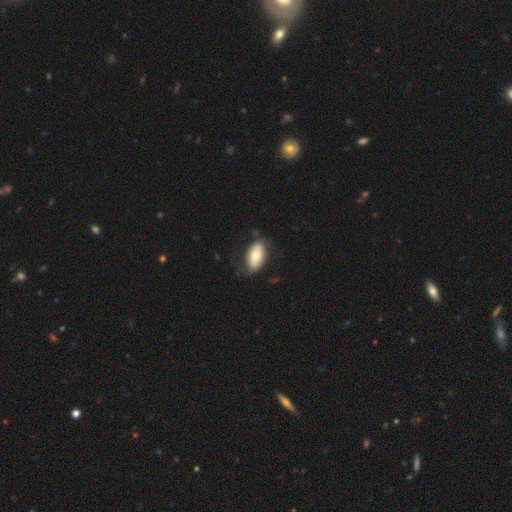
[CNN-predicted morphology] type=smooth (71%); roundness=in between (93%); merging=none (71%).